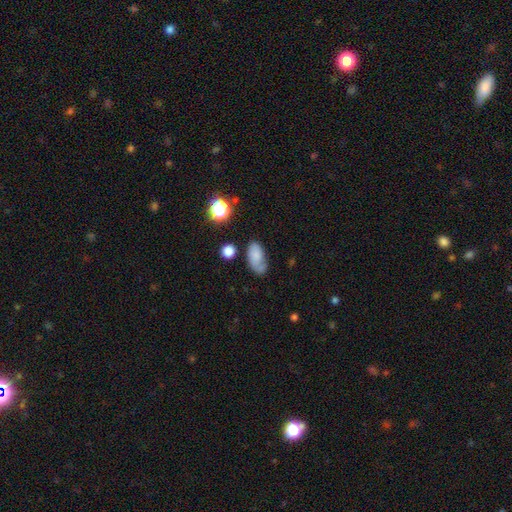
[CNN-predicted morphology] Smooth or featured: smooth — 67% (featured or disk — 22%)
How rounded: in between — 90% (round — 6%)
Merging: none — 52% (minor disturbance — 28%)